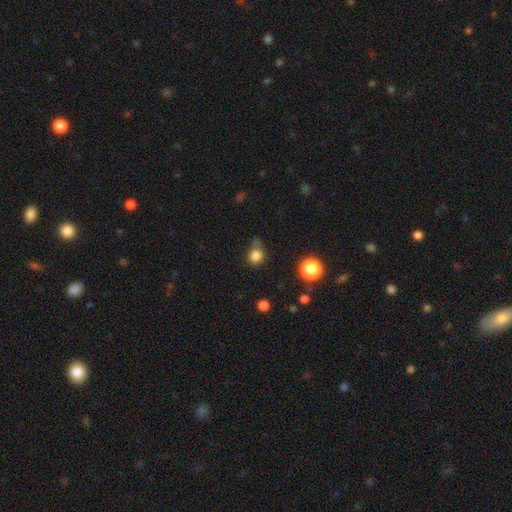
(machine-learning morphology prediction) Overall: smooth (81%). How rounded: round (81%). Merging: none (60%; minor disturbance 21%).